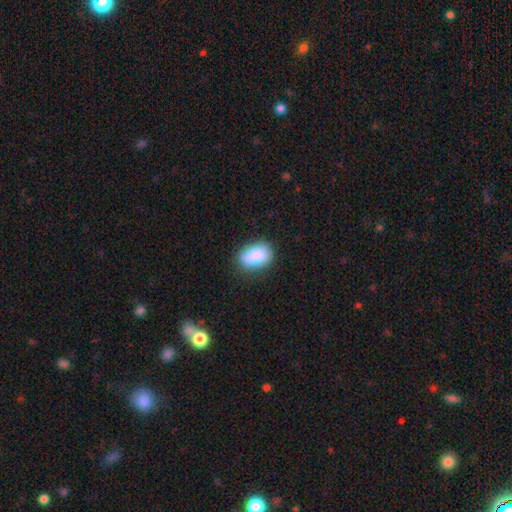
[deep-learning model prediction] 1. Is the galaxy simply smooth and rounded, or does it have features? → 85% smooth, 8% featured or disk, 8% star or artifact.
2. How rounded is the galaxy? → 83% in between, 15% round, 2% cigar-shaped.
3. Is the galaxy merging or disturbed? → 77% none, 18% minor disturbance, 4% major disturbance, 1% merger.